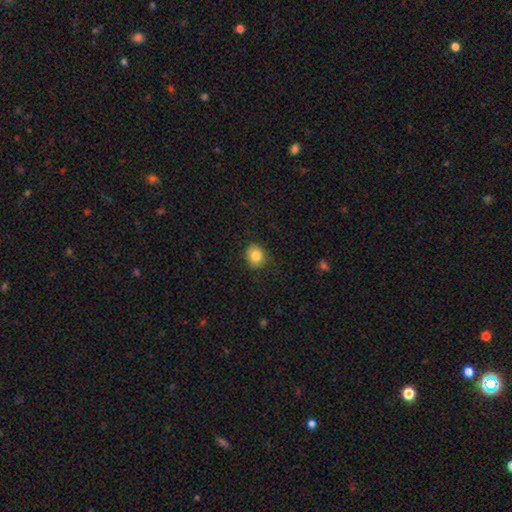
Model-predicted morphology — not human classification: smooth_or_featured: smooth (p=0.84) [alt: star or artifact p=0.10]
how_rounded: round (p=0.70) [alt: in between p=0.29]
merging: none (p=0.83) [alt: minor disturbance p=0.13]